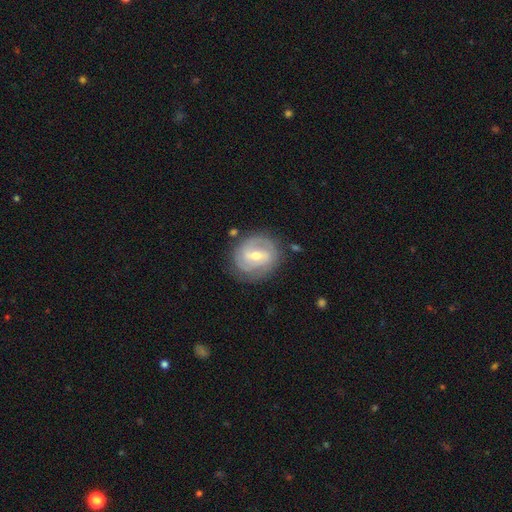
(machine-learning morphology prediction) Smooth or featured? Predicted: featured or disk (p=0.80). Edge-on disk? Predicted: no (p=0.97). Bar? Predicted: weak (p=0.52). Spiral arms? Predicted: yes (p=0.88). Spiral winding? Predicted: tight (p=0.54). Spiral arm count? Predicted: 2 (p=0.61). Bulge size? Predicted: moderate (p=0.59). Merging? Predicted: none (p=0.77).